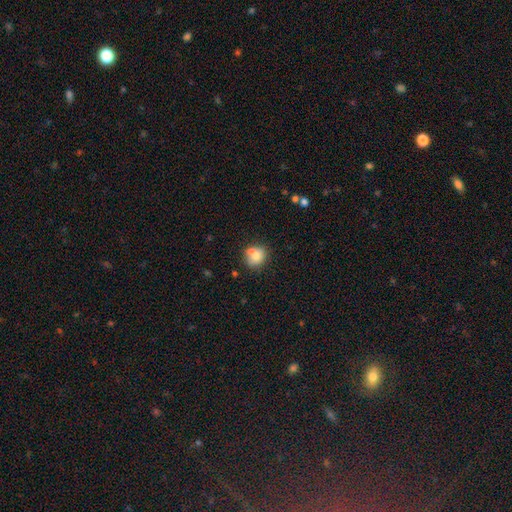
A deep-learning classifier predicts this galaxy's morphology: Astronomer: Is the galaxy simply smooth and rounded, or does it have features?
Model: smooth — 73%.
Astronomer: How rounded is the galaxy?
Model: round — 78%.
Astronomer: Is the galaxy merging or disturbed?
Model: none — 54%.